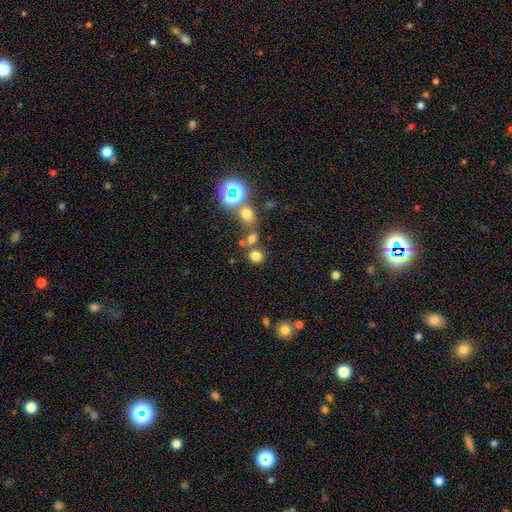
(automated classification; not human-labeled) Morphology: type=smooth (72%); roundness=round (79%); merging=none (67%).